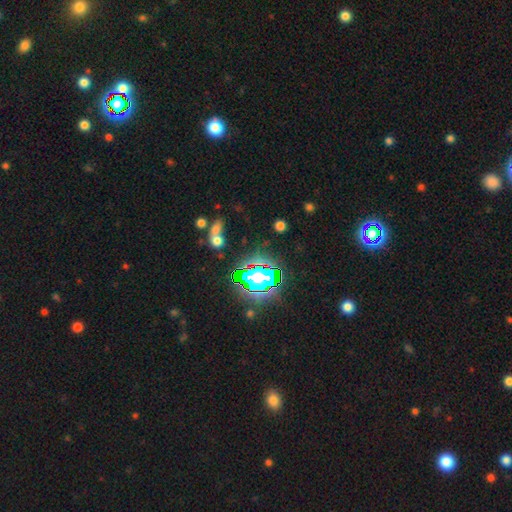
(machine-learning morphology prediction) This is likely a star or artifact rather than a galaxy (79%).